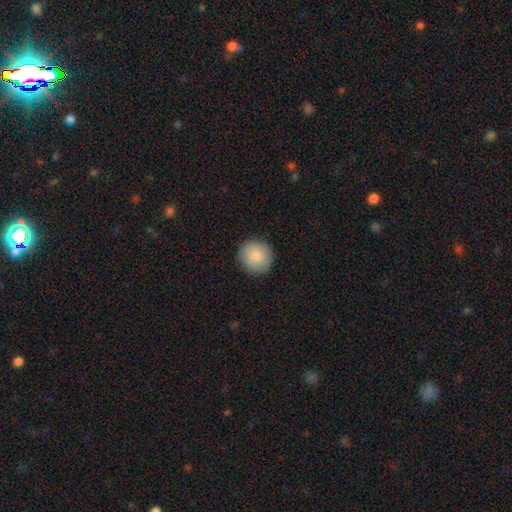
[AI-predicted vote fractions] Q: Smooth or featured?
A: smooth (86%); runner-up: featured or disk (7%)
Q: How rounded?
A: round (93%); runner-up: in between (6%)
Q: Merging?
A: none (89%); runner-up: minor disturbance (8%)